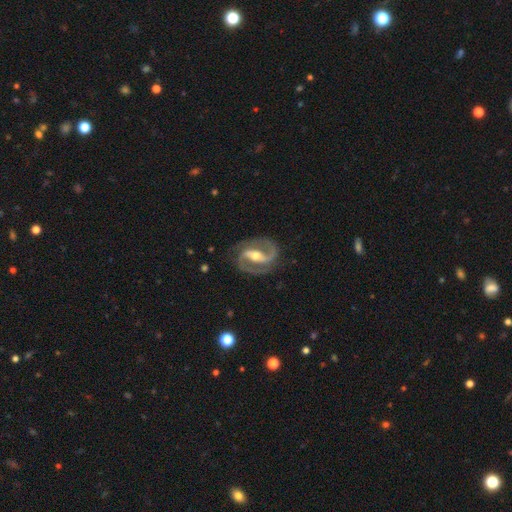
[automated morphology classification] Smooth or featured? Predicted: featured or disk (p=0.93). Edge-on disk? Predicted: no (p=0.97). Bar? Predicted: strong (p=0.61). Spiral arms? Predicted: yes (p=0.97). Spiral winding? Predicted: medium (p=0.58). Spiral arm count? Predicted: 2 (p=0.94). Bulge size? Predicted: moderate (p=0.70). Merging? Predicted: none (p=0.83).